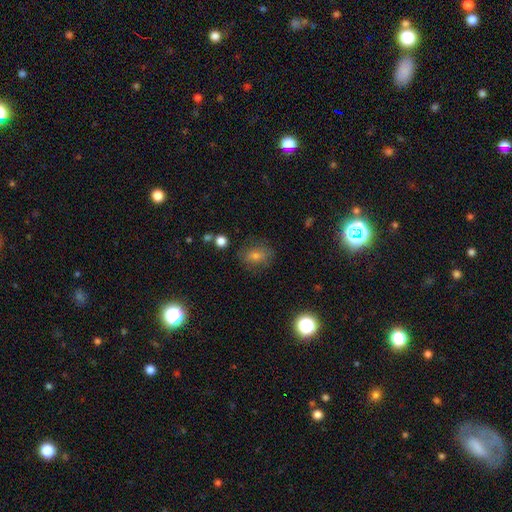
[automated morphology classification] Smooth or featured? Predicted: smooth (p=0.59). How rounded? Predicted: in between (p=0.60). Merging? Predicted: none (p=0.76).